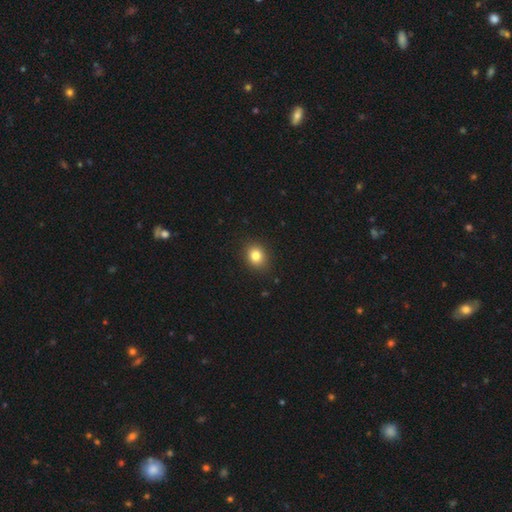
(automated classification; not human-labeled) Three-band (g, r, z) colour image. It shows a smooth galaxy with no disk features (82%) that is round (55%). Merging: none (88%).